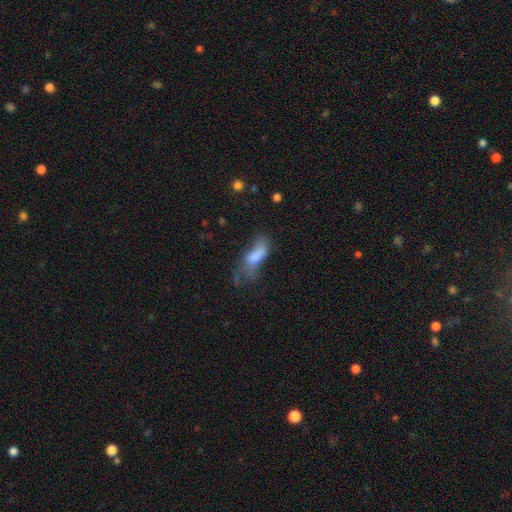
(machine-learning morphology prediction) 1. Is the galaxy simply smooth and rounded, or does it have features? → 66% smooth, 23% featured or disk, 11% star or artifact.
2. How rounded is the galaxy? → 70% in between, 27% cigar-shaped, 3% round.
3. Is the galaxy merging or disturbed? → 41% major disturbance, 26% minor disturbance, 25% none, 7% merger.